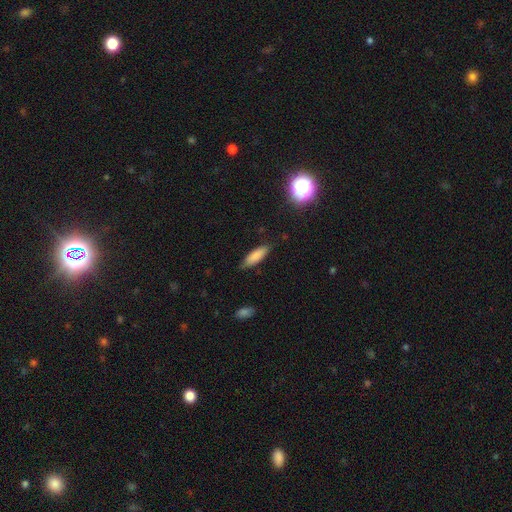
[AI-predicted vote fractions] Smooth or featured? smooth (83%)
How rounded? in between (50%)
Merging? none (82%)